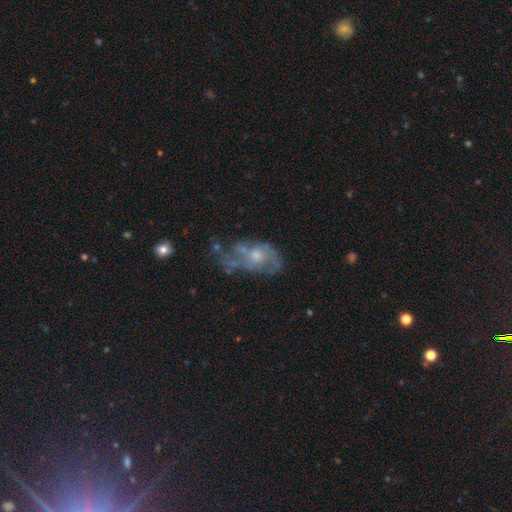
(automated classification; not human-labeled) Smooth or featured? Predicted: featured or disk (p=0.68). Edge-on disk? Predicted: no (p=0.95). Bar? Predicted: no (p=0.78). Spiral arms? Predicted: yes (p=0.59). Bulge size? Predicted: moderate (p=0.54). Merging? Predicted: none (p=0.36).